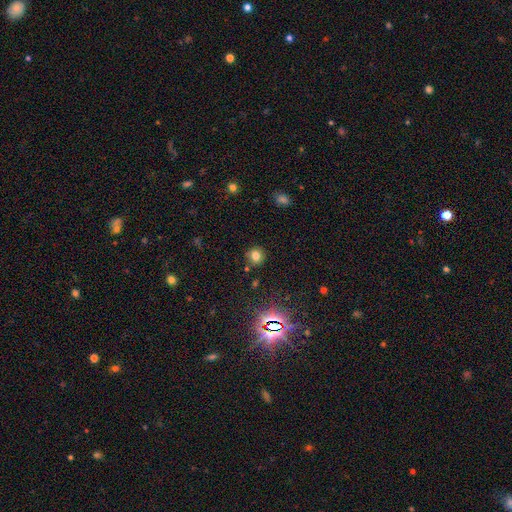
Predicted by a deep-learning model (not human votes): Smooth or featured: smooth — 73% (star or artifact — 19%)
How rounded: round — 89% (in between — 10%)
Merging: none — 85% (minor disturbance — 8%)